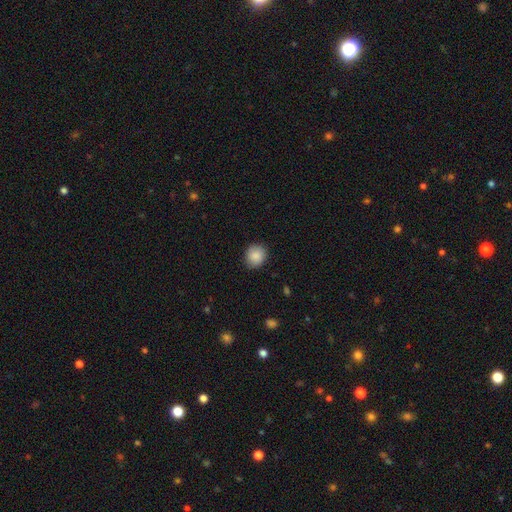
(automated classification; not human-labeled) Q: Smooth or featured?
A: smooth (88%); runner-up: star or artifact (8%)
Q: How rounded?
A: round (81%); runner-up: in between (18%)
Q: Merging?
A: none (87%); runner-up: minor disturbance (9%)